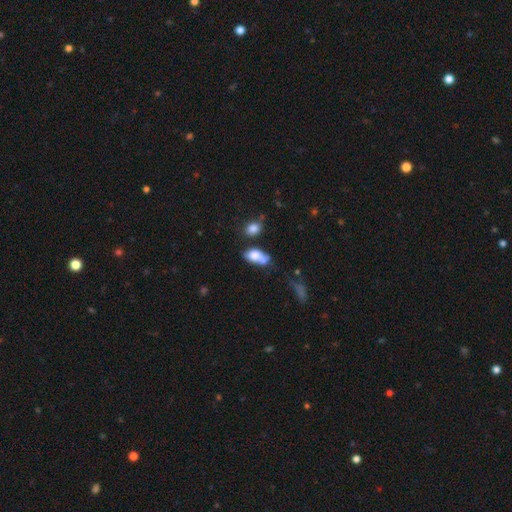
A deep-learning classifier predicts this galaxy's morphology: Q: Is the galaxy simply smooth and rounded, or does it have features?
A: smooth — 72%.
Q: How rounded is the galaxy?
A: in between — 82%.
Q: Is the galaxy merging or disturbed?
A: merger — 49%.